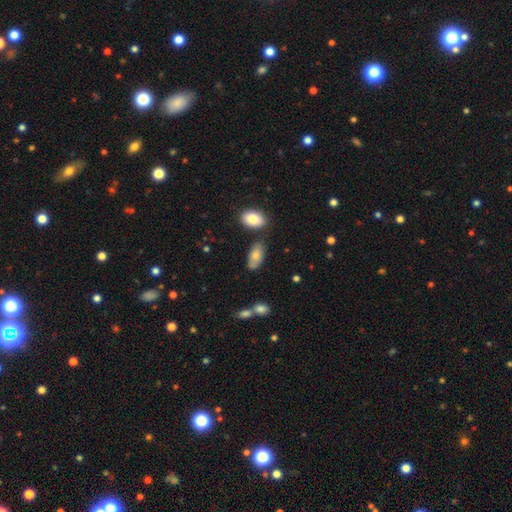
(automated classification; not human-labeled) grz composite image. It shows a smooth galaxy with no disk features (74%) that is in between round and cigar-shaped (92%). Merging: none (66%).